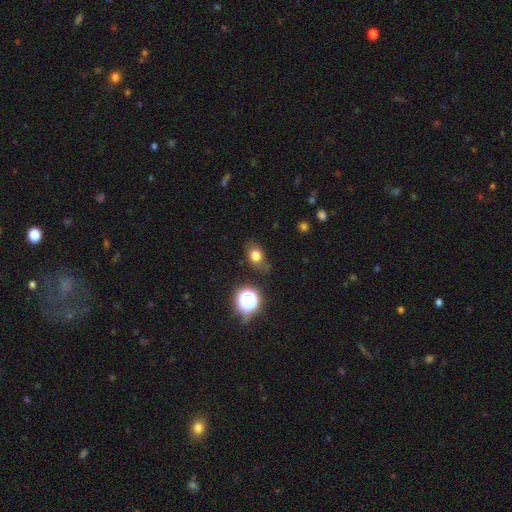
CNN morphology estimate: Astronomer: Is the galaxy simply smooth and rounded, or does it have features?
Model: smooth — 75%.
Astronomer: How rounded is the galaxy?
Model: in between — 62%.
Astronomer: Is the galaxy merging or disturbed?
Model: none — 70%.